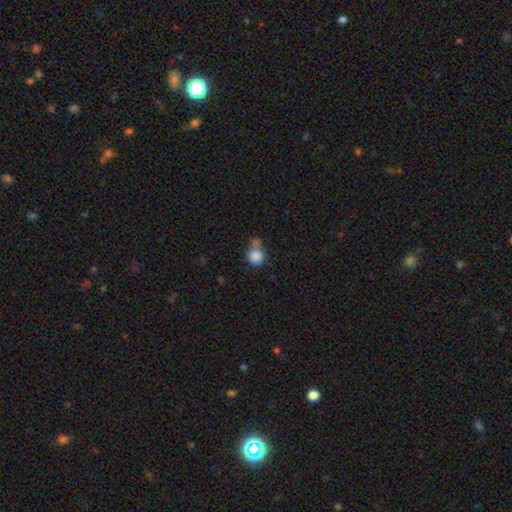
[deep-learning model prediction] This is clearly a smooth galaxy (84%). How rounded: clearly round (82%). Merging: marginally none (38%).